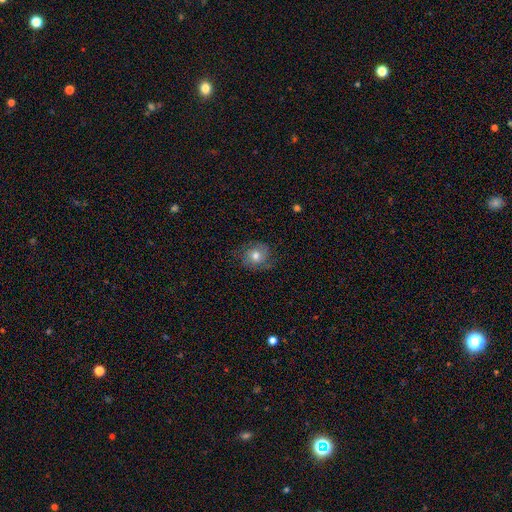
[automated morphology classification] type=smooth (54%); roundness=round (76%); merging=none (72%).